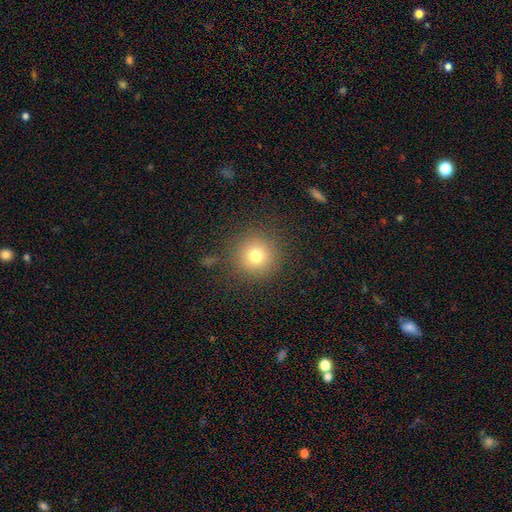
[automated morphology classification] Smooth or featured?
  - smooth: 75% *
  - star or artifact: 15%
  - featured or disk: 10%
How rounded?
  - round: 95% *
  - in between: 4%
  - cigar-shaped: 1%
Merging?
  - none: 88% *
  - minor disturbance: 7%
  - major disturbance: 4%
  - merger: 1%